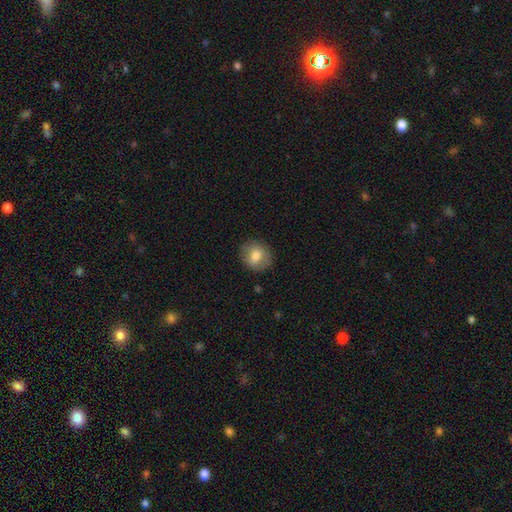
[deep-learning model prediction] This appears to be a smooth galaxy with no disk features (76%) that is round (76%). Merging: none (86%).